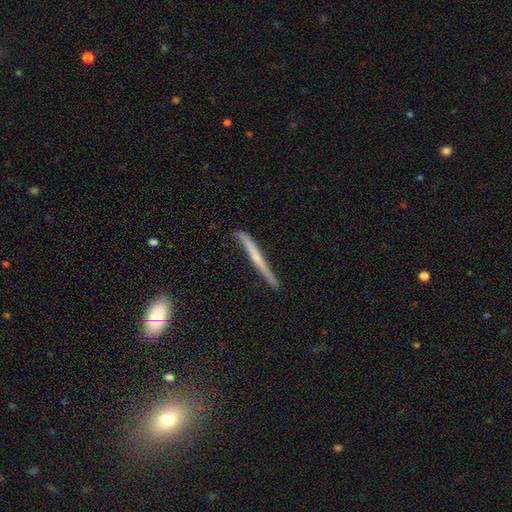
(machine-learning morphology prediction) type=featured or disk (59%); edge-on=yes (95%); edge-on bulge=none (56%); merging=none (81%).